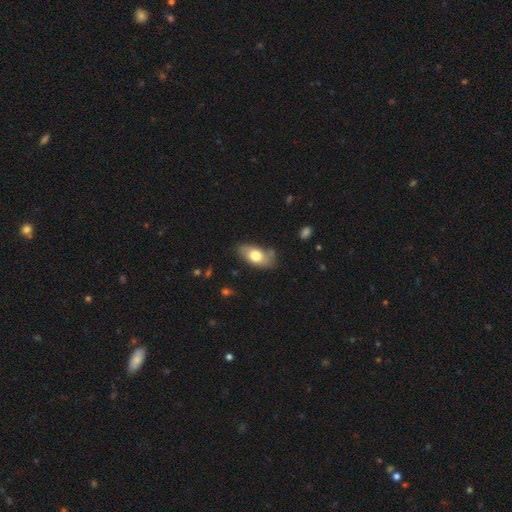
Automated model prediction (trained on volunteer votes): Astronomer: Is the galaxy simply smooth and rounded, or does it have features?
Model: smooth — 71%.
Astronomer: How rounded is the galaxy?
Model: in between — 90%.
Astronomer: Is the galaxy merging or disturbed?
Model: none — 71%.